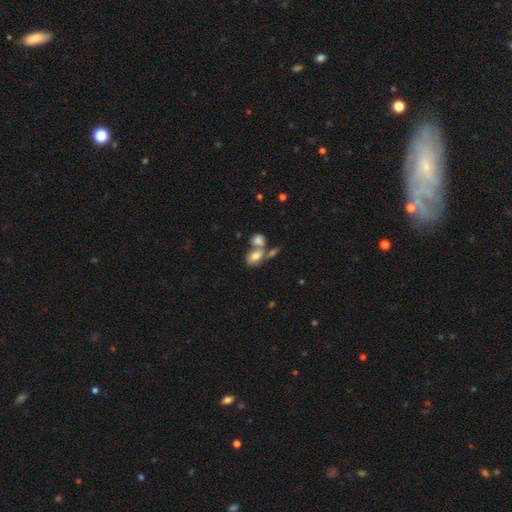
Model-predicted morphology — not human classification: smooth_or_featured: smooth (p=0.62) [alt: featured or disk p=0.27]
how_rounded: in between (p=0.83) [alt: round p=0.13]
merging: merger (p=0.57) [alt: none p=0.25]